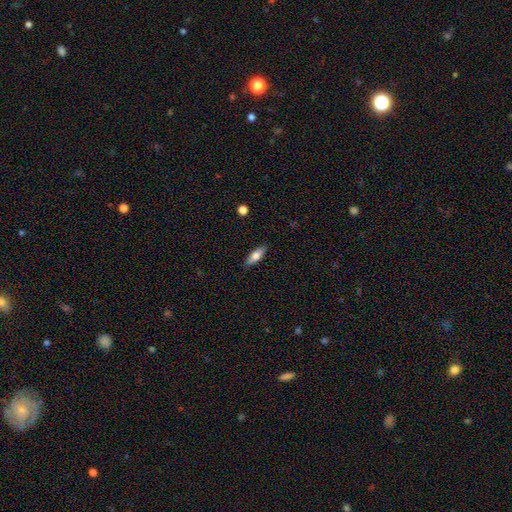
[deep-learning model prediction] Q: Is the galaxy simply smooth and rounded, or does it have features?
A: smooth — 75%.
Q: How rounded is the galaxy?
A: in between — 64%.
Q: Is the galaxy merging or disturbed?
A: none — 86%.